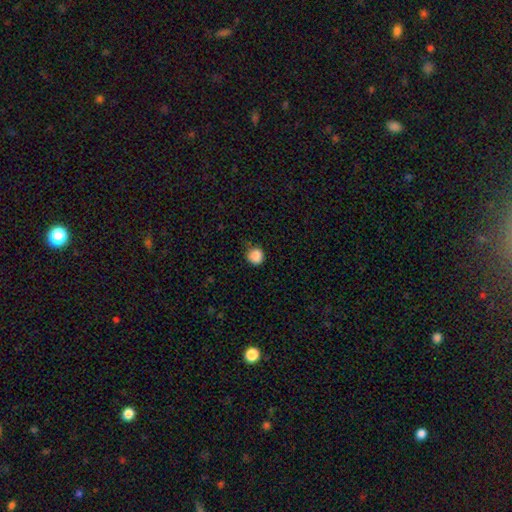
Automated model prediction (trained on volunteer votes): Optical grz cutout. It shows a smooth galaxy with no disk features (88%) that is round (91%). Merging: none (81%).